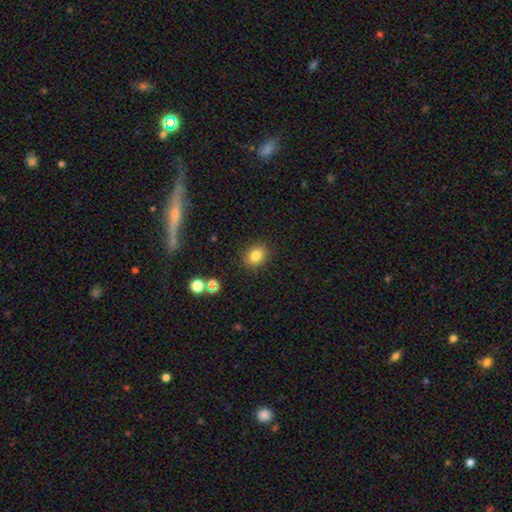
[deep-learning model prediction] Overall: smooth (81%). How rounded: round (54%; in between 45%). Merging: none (87%).